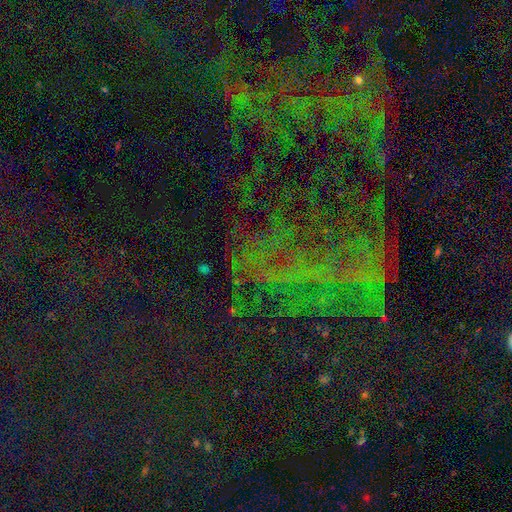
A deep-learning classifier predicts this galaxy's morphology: Smooth or featured? Predicted: star or artifact (p=0.72).